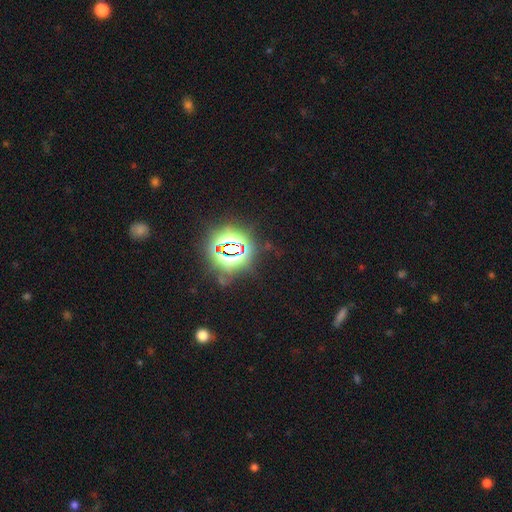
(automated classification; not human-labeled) Smooth or featured: star or artifact — 84% (smooth — 10%)